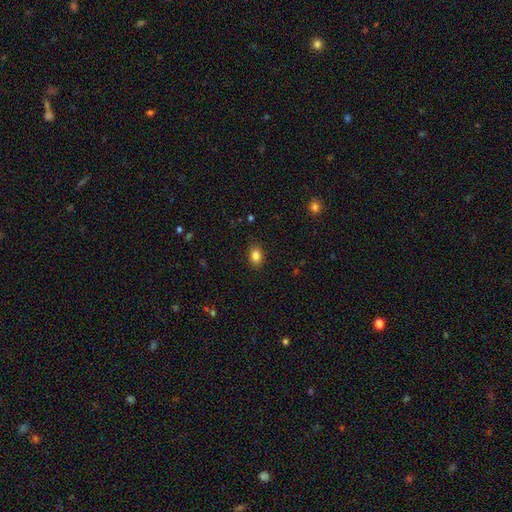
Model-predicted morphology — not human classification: smooth_or_featured: smooth (p=0.85) [alt: star or artifact p=0.10]
how_rounded: in between (p=0.70) [alt: round p=0.29]
merging: none (p=0.88) [alt: minor disturbance p=0.09]